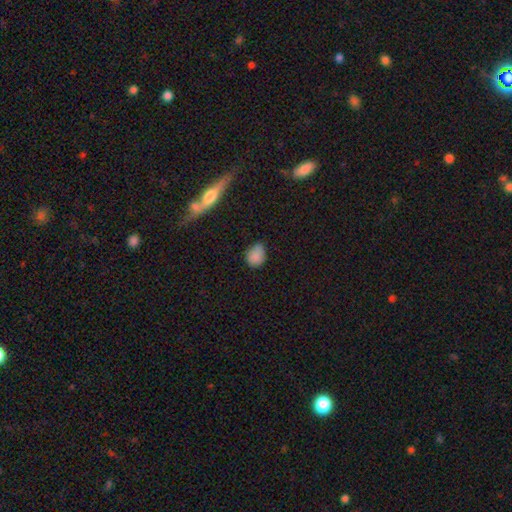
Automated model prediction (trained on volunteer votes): The model was most divided on "how rounded": in between: 50%, round: 48%, cigar-shaped: 2%. More confident: smooth or featured — smooth (84%); merging — none (60%).